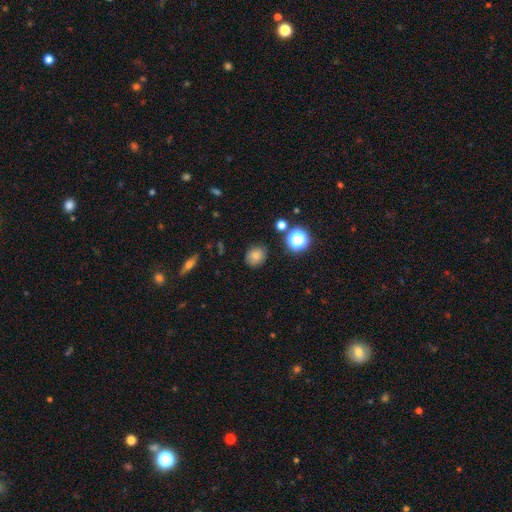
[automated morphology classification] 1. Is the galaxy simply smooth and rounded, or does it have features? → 73% smooth, 16% star or artifact, 11% featured or disk.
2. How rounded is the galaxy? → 73% round, 26% in between, 1% cigar-shaped.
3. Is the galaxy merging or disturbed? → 82% none, 13% minor disturbance, 3% major disturbance, 2% merger.